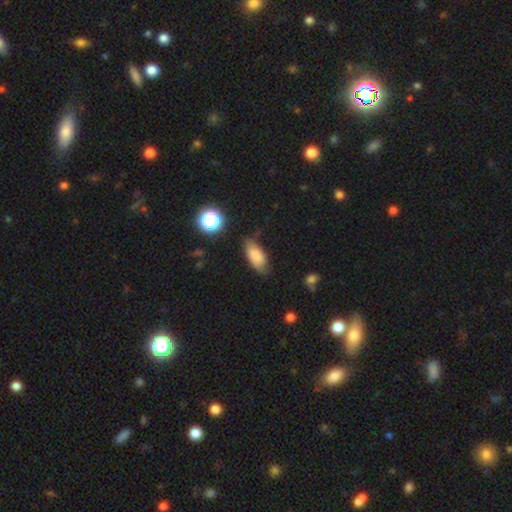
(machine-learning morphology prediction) smooth_or_featured: smooth (p=0.81) [alt: featured or disk p=0.10]
how_rounded: in between (p=0.85) [alt: cigar-shaped p=0.11]
merging: none (p=0.69) [alt: minor disturbance p=0.23]